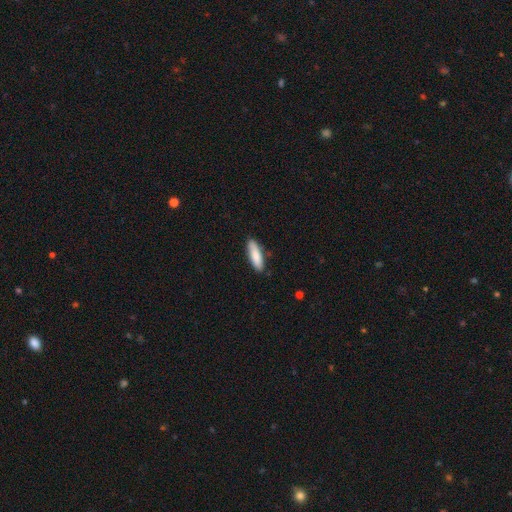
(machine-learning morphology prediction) A smooth galaxy with no disk features (84%) that is cigar-shaped (55%).

Vote fractions:
- Smooth or featured? smooth: 84% / featured or disk: 10% / star or artifact: 6%
- How rounded? cigar-shaped: 55% / in between: 44% / round: 1%
- Merging? none: 84% / minor disturbance: 12% / major disturbance: 2% / merger: 1%